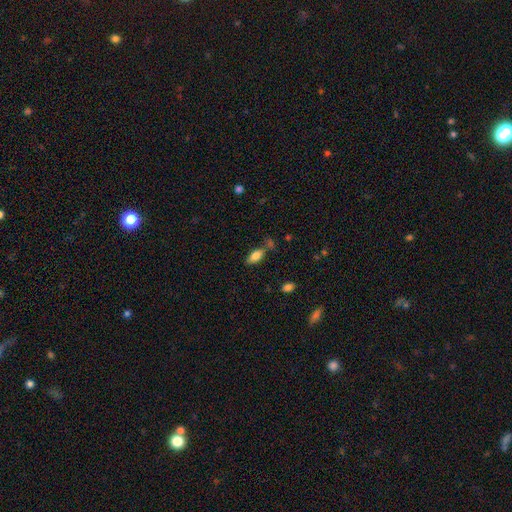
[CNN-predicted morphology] smooth 80%, featured or disk 11%, star or artifact 8%. Down the decision tree: how rounded — in between (86%); merging — none (65%).